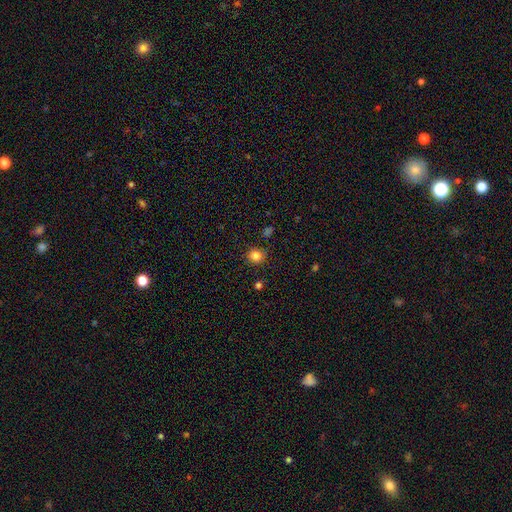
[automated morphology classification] Smooth or featured? smooth (83%)
How rounded? round (84%)
Merging? none (86%)